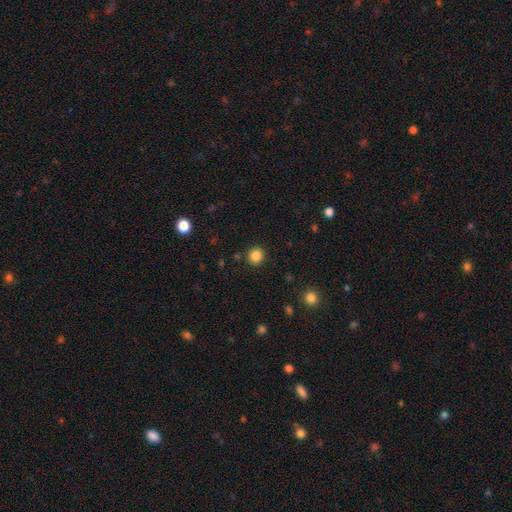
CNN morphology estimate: type=smooth (85%); roundness=round (90%); merging=none (90%).